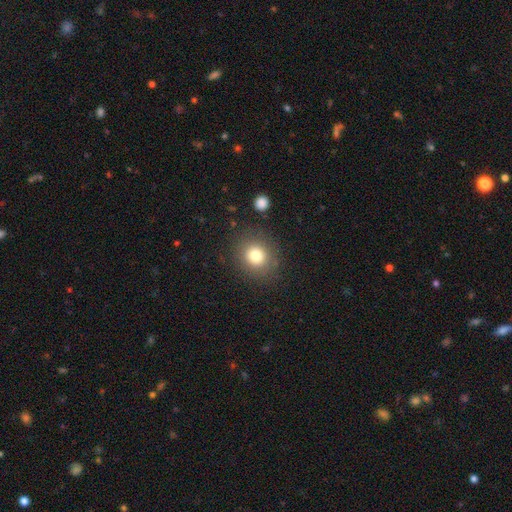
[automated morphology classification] smooth_or_featured: smooth (p=0.79) [alt: star or artifact p=0.12]
how_rounded: round (p=0.83) [alt: in between p=0.16]
merging: none (p=0.85) [alt: minor disturbance p=0.09]